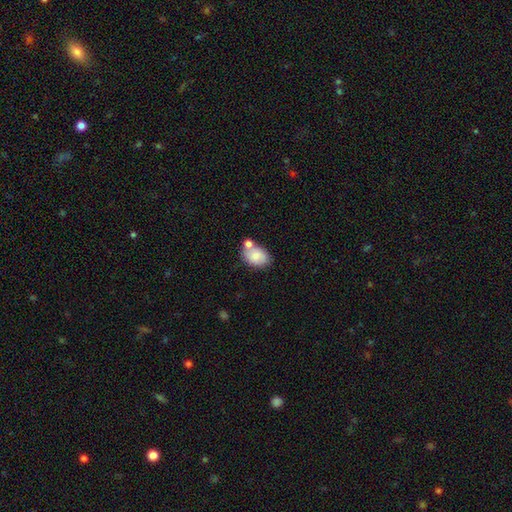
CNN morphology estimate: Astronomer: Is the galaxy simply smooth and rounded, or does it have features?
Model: smooth — 78%.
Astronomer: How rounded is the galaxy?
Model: in between — 79%.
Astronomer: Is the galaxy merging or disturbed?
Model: none — 50% (runner-up: merger, 28%).